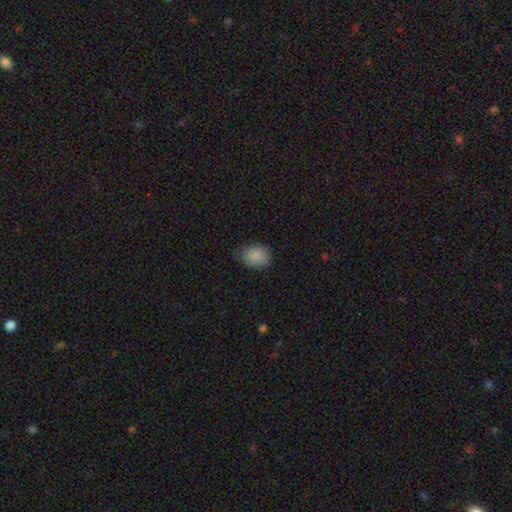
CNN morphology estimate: A smooth galaxy with no disk features (88%) that is in between round and cigar-shaped (55%).

Vote fractions:
- Smooth or featured? smooth: 88% / star or artifact: 8% / featured or disk: 4%
- How rounded? in between: 55% / round: 45% / cigar-shaped: 1%
- Merging? none: 75% / minor disturbance: 21% / major disturbance: 4% / merger: 1%